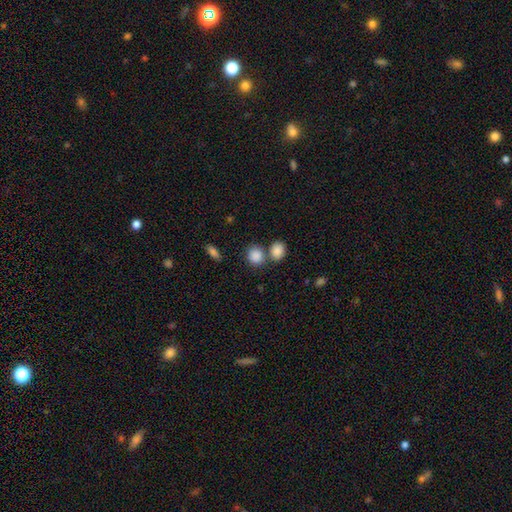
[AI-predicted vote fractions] This is clearly a smooth galaxy (87%). How rounded: likely round (69%). Merging: possibly none (55%).